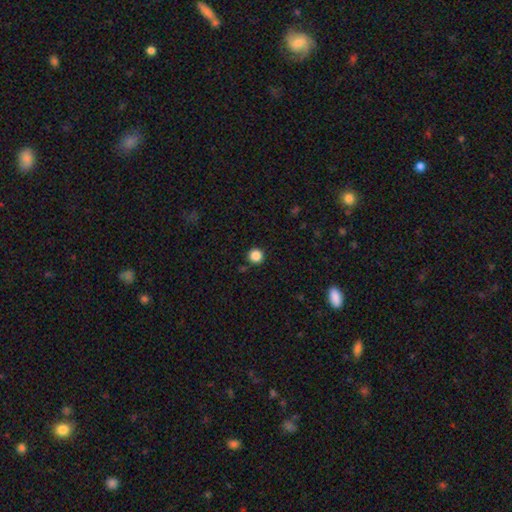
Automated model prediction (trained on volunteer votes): Q: Smooth or featured?
A: smooth (86%); runner-up: star or artifact (11%)
Q: How rounded?
A: round (96%); runner-up: in between (3%)
Q: Merging?
A: none (91%); runner-up: minor disturbance (5%)